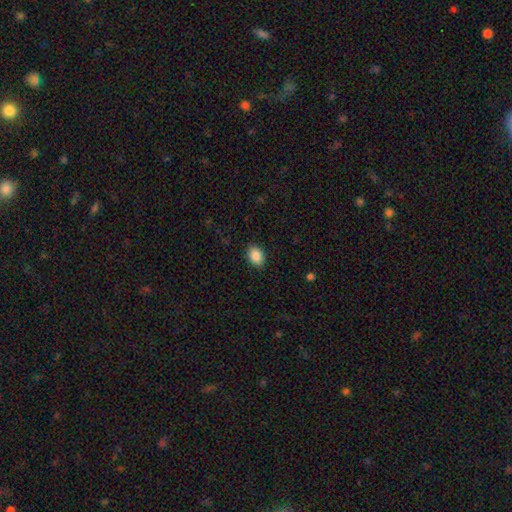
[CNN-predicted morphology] type=smooth (88%); roundness=in between (72%); merging=none (88%).